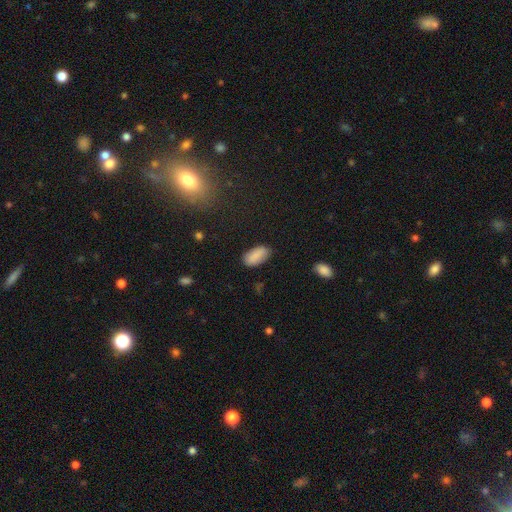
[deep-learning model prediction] Smooth or featured?
  - smooth: 88% *
  - star or artifact: 7%
  - featured or disk: 5%
How rounded?
  - in between: 94% *
  - cigar-shaped: 4%
  - round: 2%
Merging?
  - none: 82% *
  - minor disturbance: 14%
  - major disturbance: 3%
  - merger: 1%